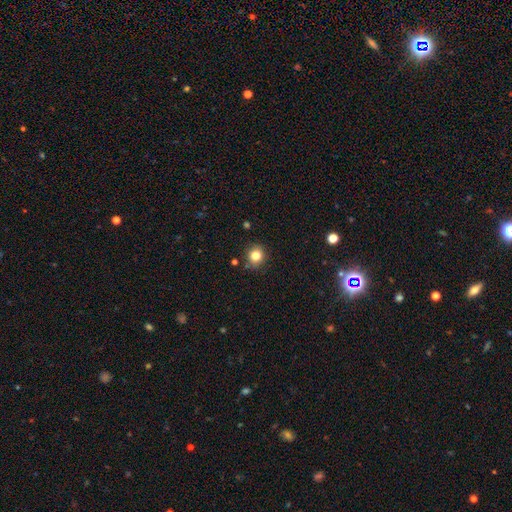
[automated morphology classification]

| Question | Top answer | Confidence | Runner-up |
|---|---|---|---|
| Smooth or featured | smooth | 81% | star or artifact (12%) |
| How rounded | round | 85% | in between (14%) |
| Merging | none | 83% | minor disturbance (11%) |